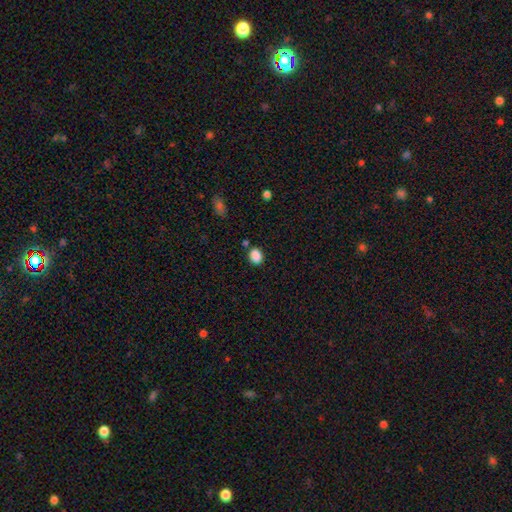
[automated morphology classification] Smooth or featured: smooth — 87% (star or artifact — 10%)
How rounded: in between — 55% (round — 44%)
Merging: none — 77% (minor disturbance — 13%)